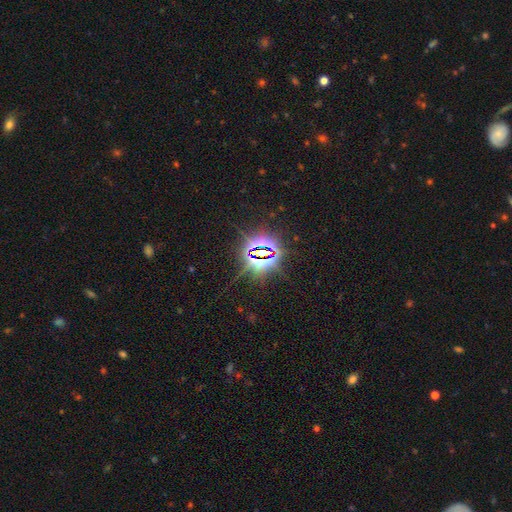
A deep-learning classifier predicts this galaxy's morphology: This appears to be a star or artifact, not a galaxy (85%).